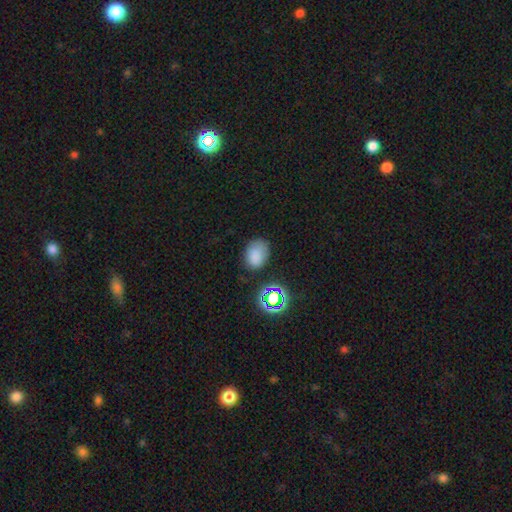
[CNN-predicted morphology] smooth_or_featured: smooth (p=0.77) [alt: star or artifact p=0.16]
how_rounded: in between (p=0.71) [alt: round p=0.28]
merging: none (p=0.70) [alt: minor disturbance p=0.20]